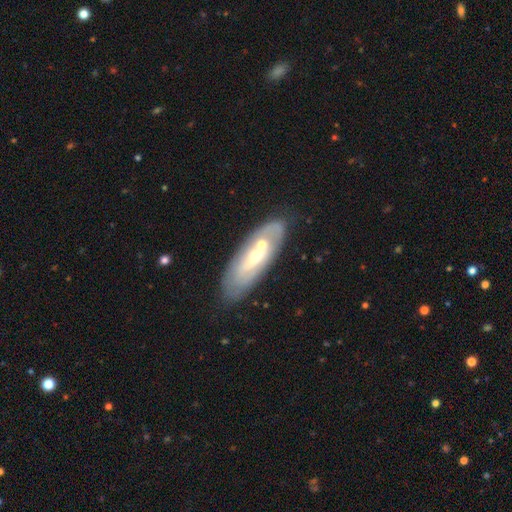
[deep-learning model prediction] featured or disk 61%, smooth 32%, star or artifact 7%. Down the decision tree: edge-on disk — no (79%); merging — none (64%).